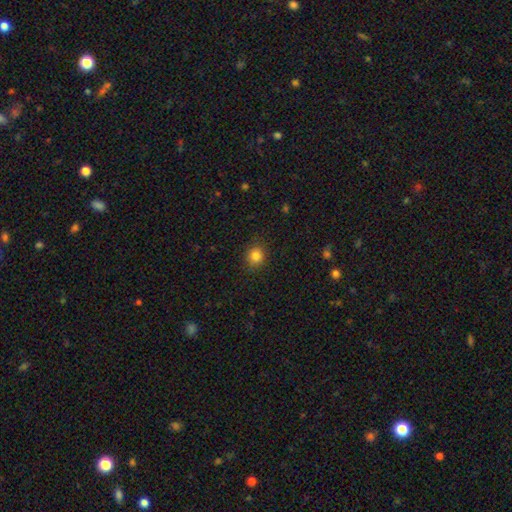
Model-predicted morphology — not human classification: Smooth or featured: smooth — 84% (star or artifact — 12%)
How rounded: round — 84% (in between — 15%)
Merging: none — 89% (minor disturbance — 8%)